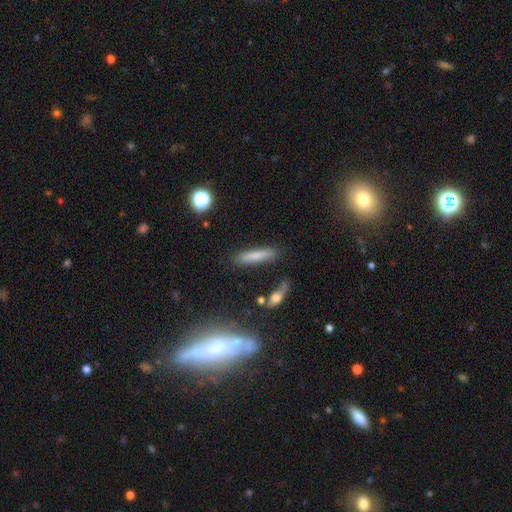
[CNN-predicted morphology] smooth_or_featured: smooth (p=0.74) [alt: featured or disk p=0.16]
how_rounded: cigar-shaped (p=0.85) [alt: in between p=0.13]
merging: none (p=0.82) [alt: minor disturbance p=0.11]